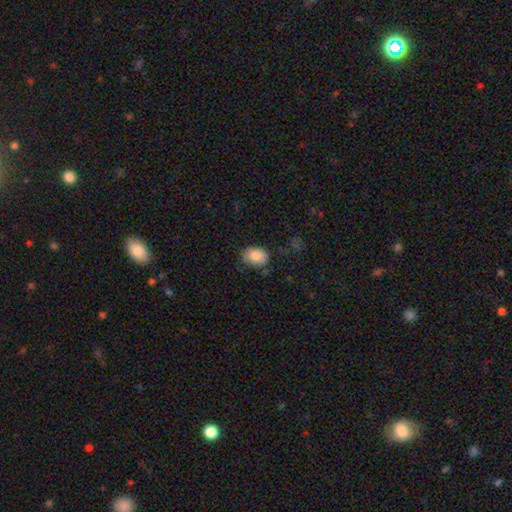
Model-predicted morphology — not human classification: Smooth or featured? smooth (85%)
How rounded? in between (75%)
Merging? none (70%)